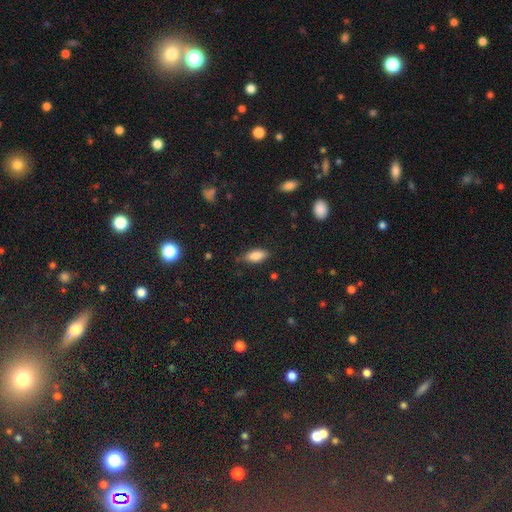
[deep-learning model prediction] smooth 84%, star or artifact 9%, featured or disk 7%. Down the decision tree: how rounded — in between (87%); merging — none (75%).